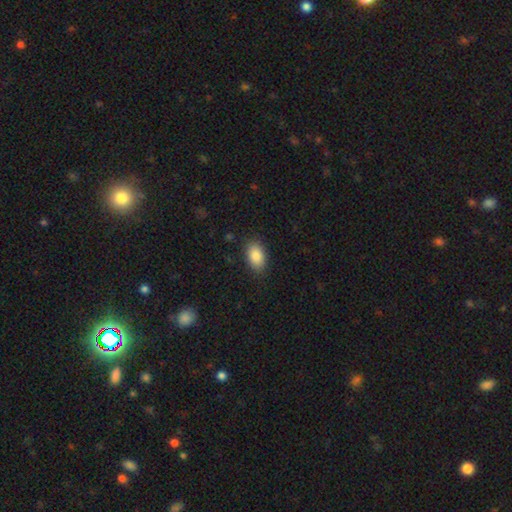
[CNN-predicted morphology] The model was most divided on "merging": none: 86%, minor disturbance: 10%, major disturbance: 3%, merger: 1%. More confident: how rounded — in between (91%); smooth or featured — smooth (88%).